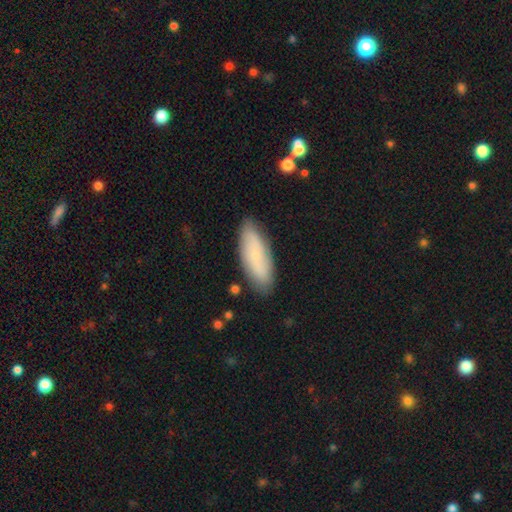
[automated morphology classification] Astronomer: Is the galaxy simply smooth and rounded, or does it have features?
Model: smooth — 70%.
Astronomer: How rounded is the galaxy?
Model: in between — 66%.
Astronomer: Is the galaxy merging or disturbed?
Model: none — 83%.